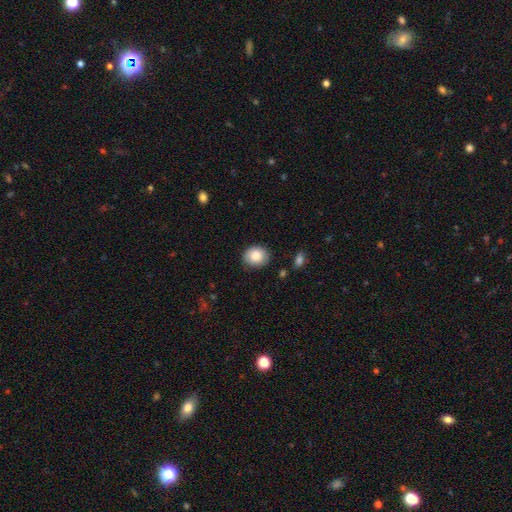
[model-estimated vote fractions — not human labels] A smooth galaxy with no disk features (85%) that is round (67%).

Vote fractions:
- Smooth or featured? smooth: 85% / star or artifact: 8% / featured or disk: 7%
- How rounded? round: 67% / in between: 33% / cigar-shaped: 1%
- Merging? none: 83% / minor disturbance: 13% / major disturbance: 3% / merger: 2%